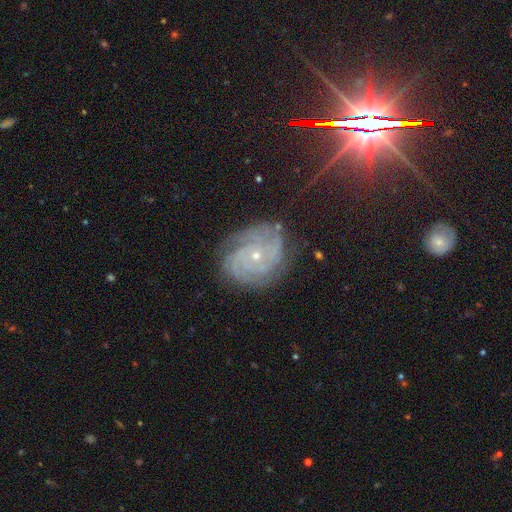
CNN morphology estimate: featured or disk 82%, star or artifact 11%, smooth 6%. Down the decision tree: edge-on disk — no (97%); bar — no (77%); spiral arms — yes (98%); spiral arm count — 3 (23%); spiral winding — tight (76%); bulge size — small (77%); merging — none (78%).